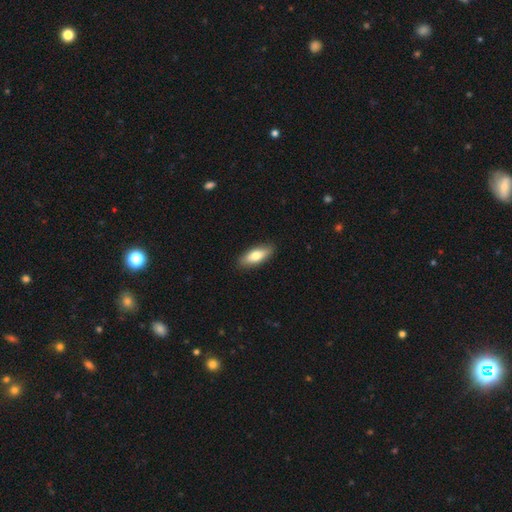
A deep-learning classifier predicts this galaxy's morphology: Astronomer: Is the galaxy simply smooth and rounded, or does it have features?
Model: smooth — 72%.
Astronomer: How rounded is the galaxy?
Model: in between — 69%.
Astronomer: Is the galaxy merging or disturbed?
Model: none — 89%.